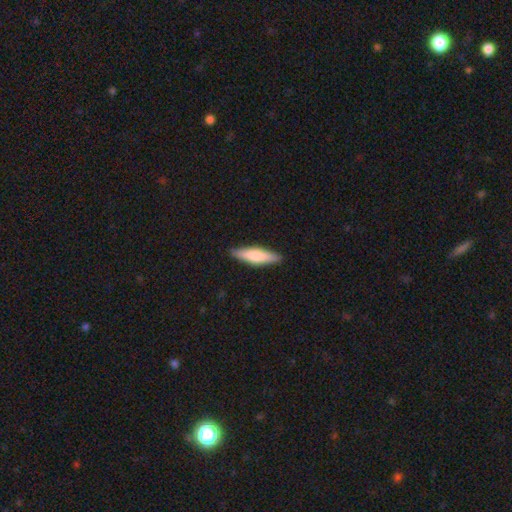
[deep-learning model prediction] The model was most divided on "how rounded": cigar-shaped: 73%, in between: 26%, round: 1%. More confident: merging — none (89%); smooth or featured — smooth (72%).